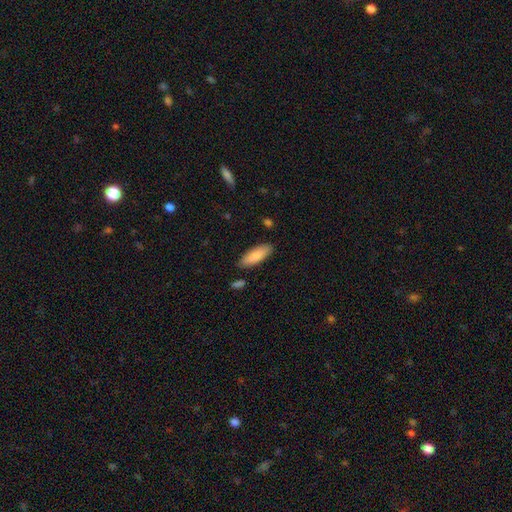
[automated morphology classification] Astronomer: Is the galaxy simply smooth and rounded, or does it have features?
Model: smooth — 85%.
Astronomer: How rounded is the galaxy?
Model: in between — 67%.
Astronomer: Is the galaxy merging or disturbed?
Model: none — 85%.